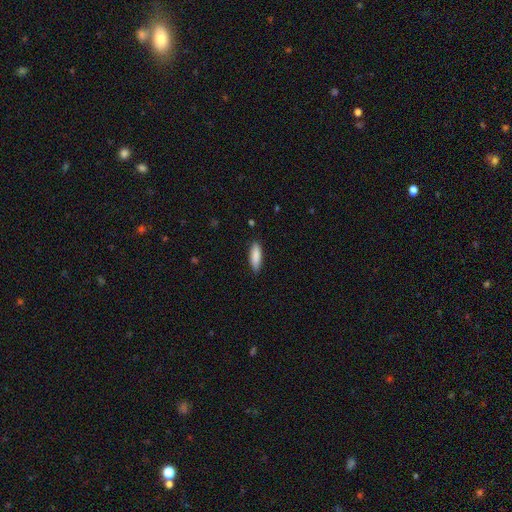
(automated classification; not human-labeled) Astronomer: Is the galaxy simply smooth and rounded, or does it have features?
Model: smooth — 88%.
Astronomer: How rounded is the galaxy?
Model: cigar-shaped — 50% (runner-up: in between, 48%).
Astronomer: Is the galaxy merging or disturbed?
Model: none — 87%.